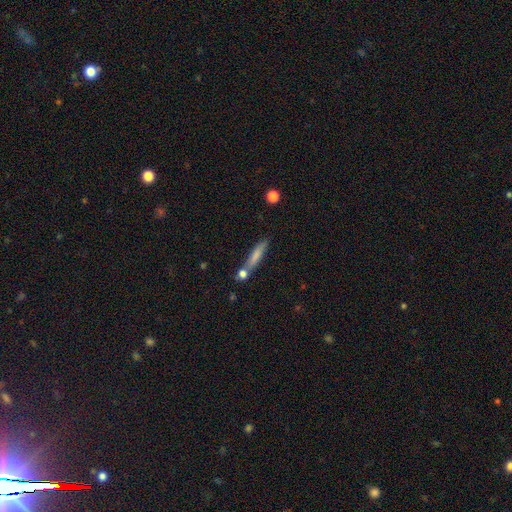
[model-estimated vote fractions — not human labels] smooth_or_featured: smooth (p=0.68) [alt: featured or disk p=0.25]
how_rounded: cigar-shaped (p=0.87) [alt: in between p=0.11]
merging: none (p=0.66) [alt: merger p=0.16]